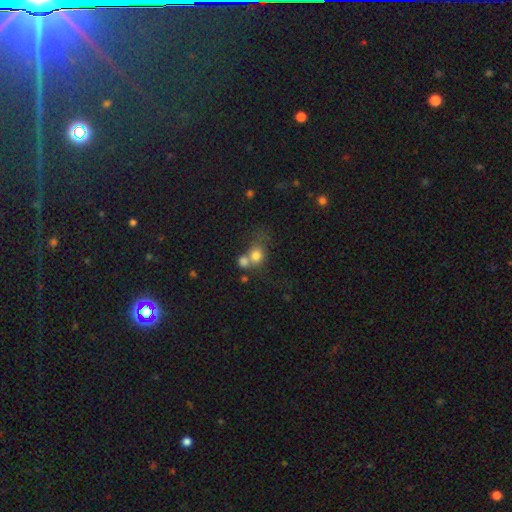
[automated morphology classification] This appears to be a smooth galaxy with no disk features (76%) that is round (70%). Merging: merger (53%).